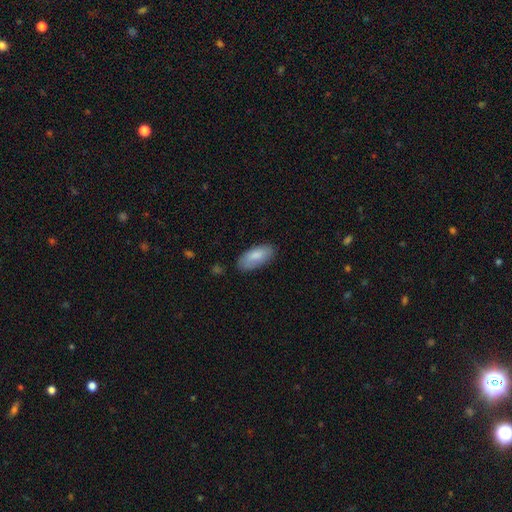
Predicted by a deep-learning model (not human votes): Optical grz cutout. It shows a smooth galaxy with no disk features (83%) that is in between round and cigar-shaped (89%). Merging: none (79%).